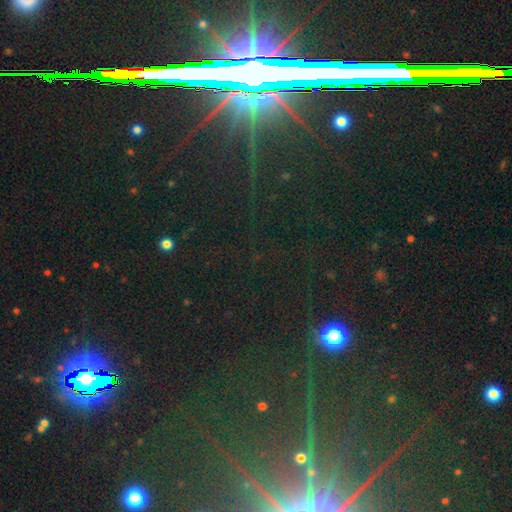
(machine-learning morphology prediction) type=star or artifact (81%).